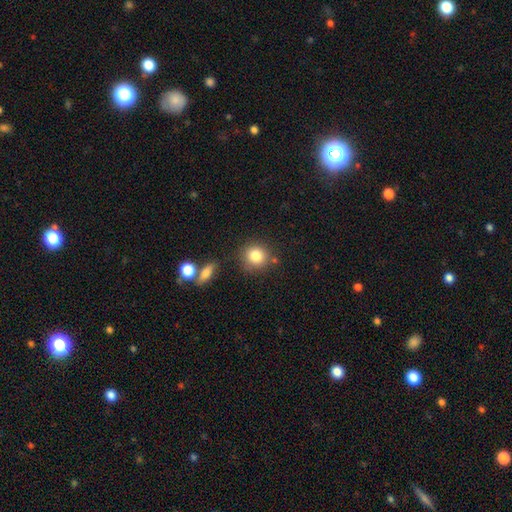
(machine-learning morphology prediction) type=smooth (83%); roundness=round (87%); merging=none (77%).